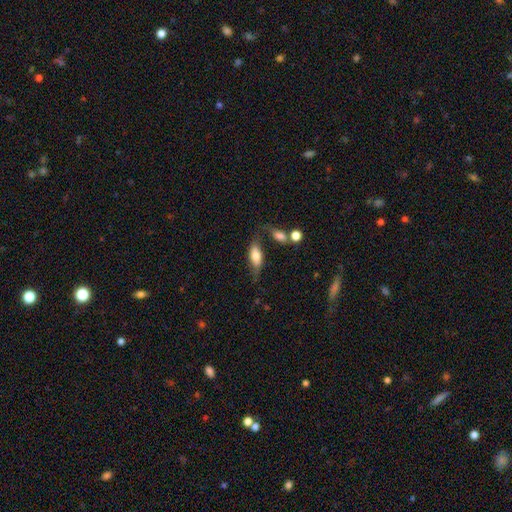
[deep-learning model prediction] A smooth galaxy with no disk features (61%) that is in between round and cigar-shaped (79%).

Vote fractions:
- Smooth or featured? smooth: 61% / featured or disk: 32% / star or artifact: 8%
- How rounded? in between: 79% / cigar-shaped: 17% / round: 4%
- Merging? none: 48% / minor disturbance: 27% / major disturbance: 15% / merger: 11%